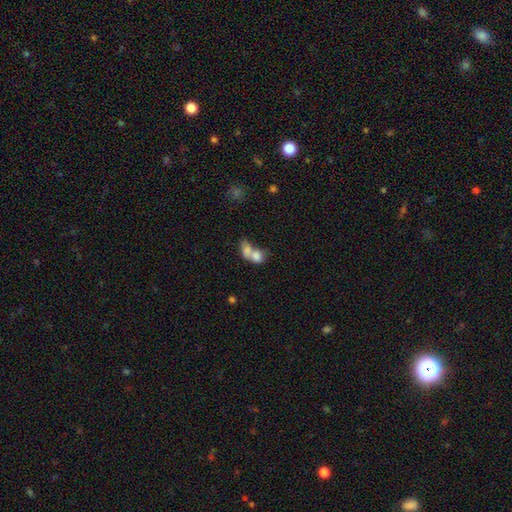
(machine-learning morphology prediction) Smooth or featured? Predicted: smooth (p=0.74). How rounded? Predicted: in between (p=0.60). Merging? Predicted: merger (p=0.75).